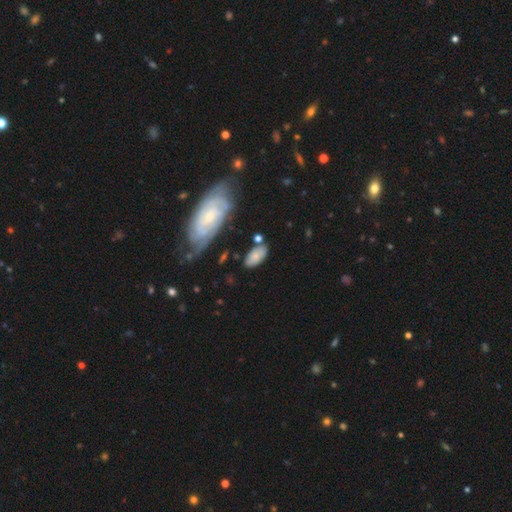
A smooth galaxy with no disk features (59%) that is in between round and cigar-shaped (91%).

Vote fractions:
- Smooth or featured? smooth: 59% / featured or disk: 38% / star or artifact: 3%
- How rounded? in between: 91% / round: 4% / cigar-shaped: 4%
- Merging? none: 66% / minor disturbance: 16% / merger: 11% / major disturbance: 8%